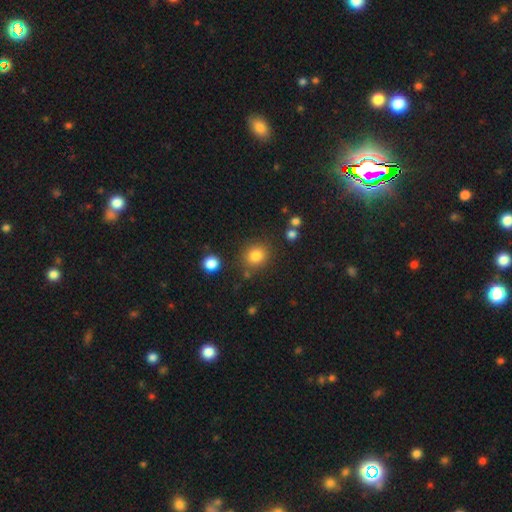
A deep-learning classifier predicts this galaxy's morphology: Q: Smooth or featured?
A: smooth (82%); runner-up: star or artifact (12%)
Q: How rounded?
A: round (81%); runner-up: in between (18%)
Q: Merging?
A: none (82%); runner-up: minor disturbance (10%)